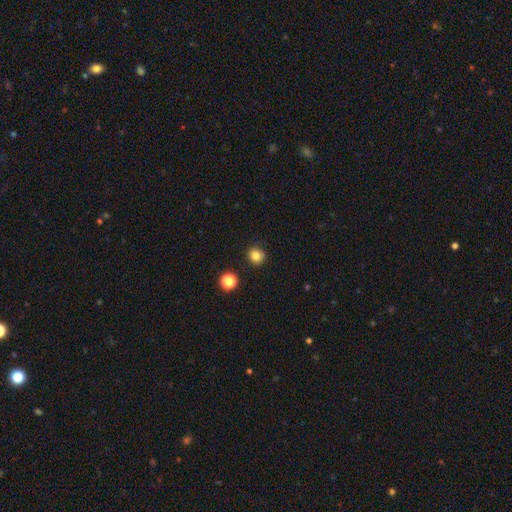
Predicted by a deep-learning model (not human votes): Overall: smooth (82%). How rounded: round (89%). Merging: none (87%).